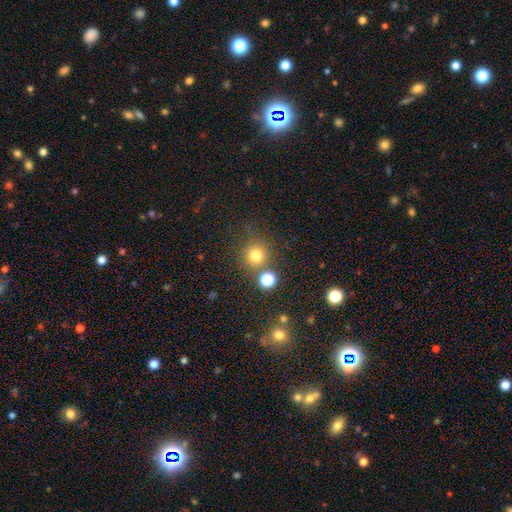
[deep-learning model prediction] The model was most divided on "smooth or featured": smooth: 75%, star or artifact: 18%, featured or disk: 7%. More confident: how rounded — round (93%); merging — none (74%).